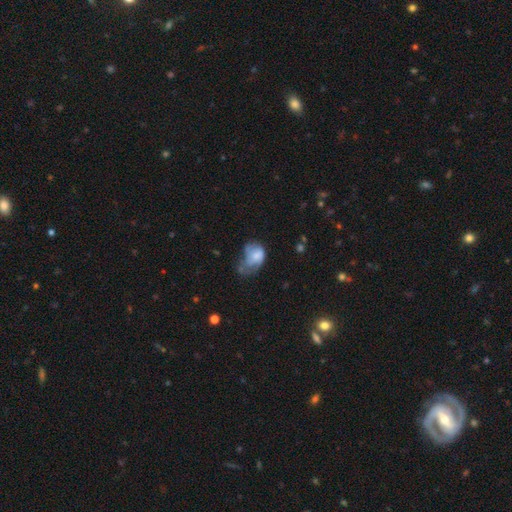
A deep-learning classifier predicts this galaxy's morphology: The model was most divided on "merging": major disturbance: 40%, minor disturbance: 32%, none: 20%, merger: 8%. More confident: how rounded — in between (74%); smooth or featured — smooth (64%).